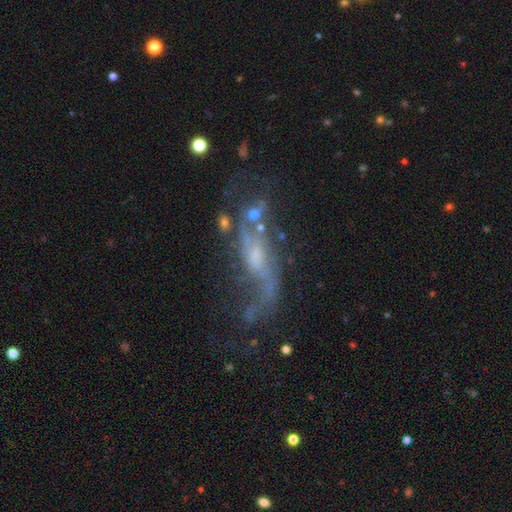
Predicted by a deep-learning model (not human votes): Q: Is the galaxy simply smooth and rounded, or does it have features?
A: featured or disk — 77%.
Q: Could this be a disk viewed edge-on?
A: no — 86%.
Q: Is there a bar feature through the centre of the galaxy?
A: no — 51%.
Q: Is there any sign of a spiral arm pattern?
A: yes — 77%.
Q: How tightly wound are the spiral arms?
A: loose — 79%.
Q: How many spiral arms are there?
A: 2 — 64%.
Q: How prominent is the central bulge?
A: small — 43%.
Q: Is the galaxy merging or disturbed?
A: none — 38%.